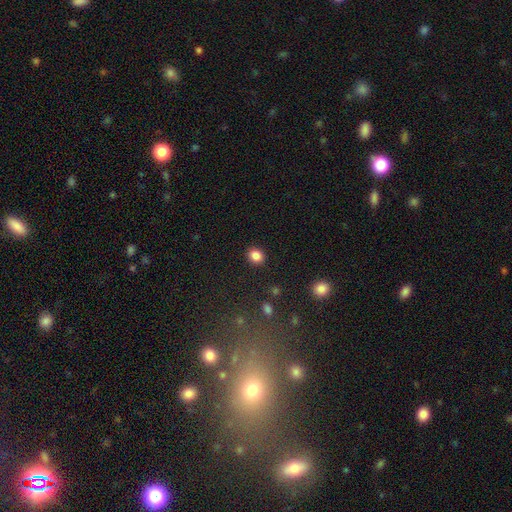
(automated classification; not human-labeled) Smooth or featured: smooth — 85% (star or artifact — 10%)
How rounded: round — 62% (in between — 37%)
Merging: none — 89% (minor disturbance — 7%)